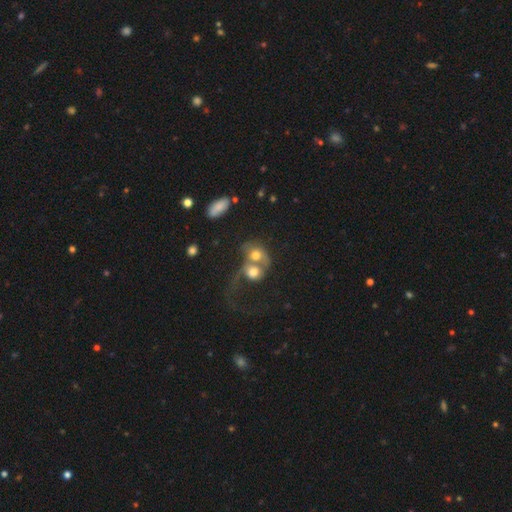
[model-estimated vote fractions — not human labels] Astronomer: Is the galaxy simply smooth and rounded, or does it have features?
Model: smooth — 54% (runner-up: featured or disk, 35%).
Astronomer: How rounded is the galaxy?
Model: round — 62%.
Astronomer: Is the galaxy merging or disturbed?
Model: merger — 73%.